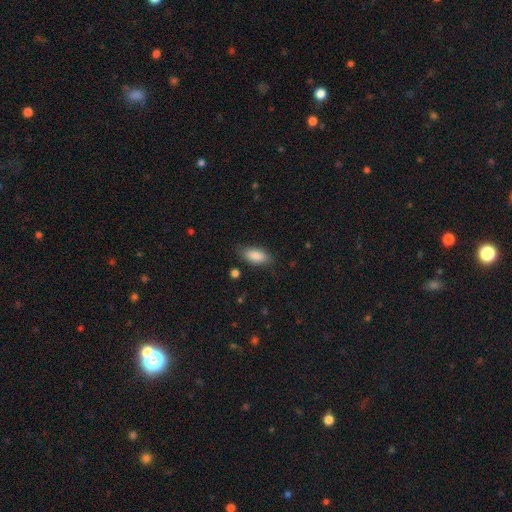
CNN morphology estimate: Smooth or featured?
  - smooth: 87% *
  - star or artifact: 7%
  - featured or disk: 6%
How rounded?
  - in between: 87% *
  - cigar-shaped: 11%
  - round: 2%
Merging?
  - none: 80% *
  - minor disturbance: 15%
  - major disturbance: 4%
  - merger: 1%